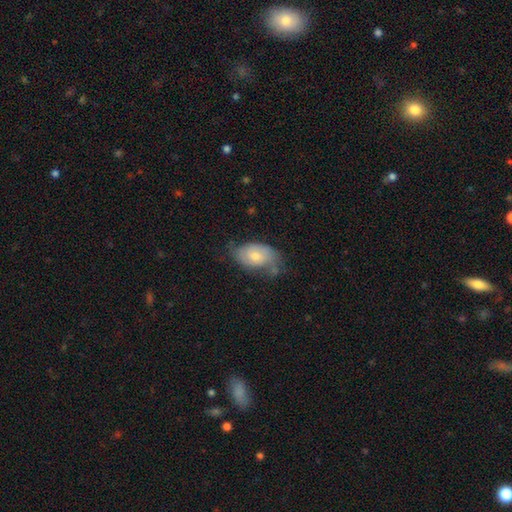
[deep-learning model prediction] A smooth galaxy with no disk features (62%) that is in between round and cigar-shaped (90%). Merging: none (49%).